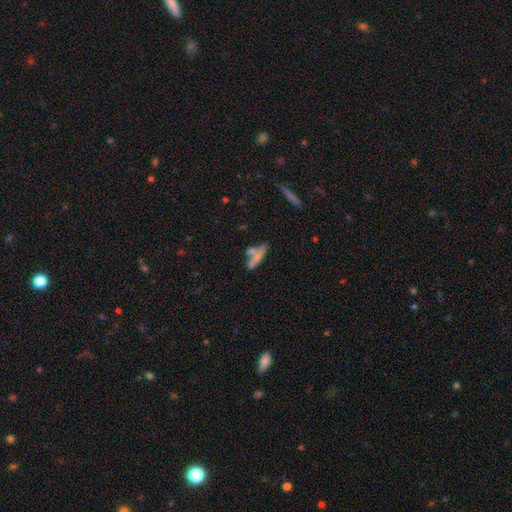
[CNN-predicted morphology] smooth_or_featured: smooth (p=0.65) [alt: featured or disk p=0.26]
how_rounded: cigar-shaped (p=0.67) [alt: in between p=0.30]
merging: none (p=0.44) [alt: merger p=0.35]